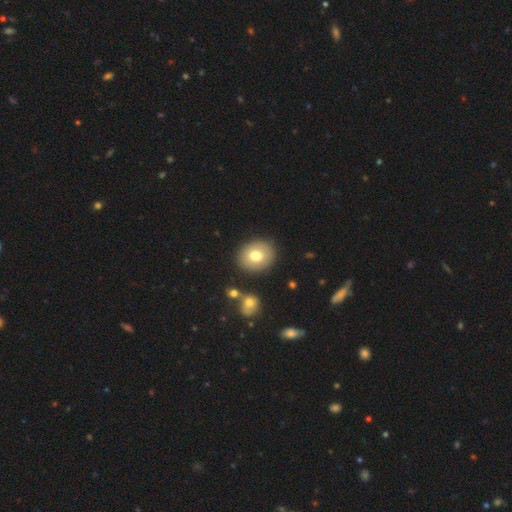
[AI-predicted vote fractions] Q: Smooth or featured?
A: smooth (75%); runner-up: featured or disk (16%)
Q: How rounded?
A: round (65%); runner-up: in between (34%)
Q: Merging?
A: none (86%); runner-up: minor disturbance (8%)